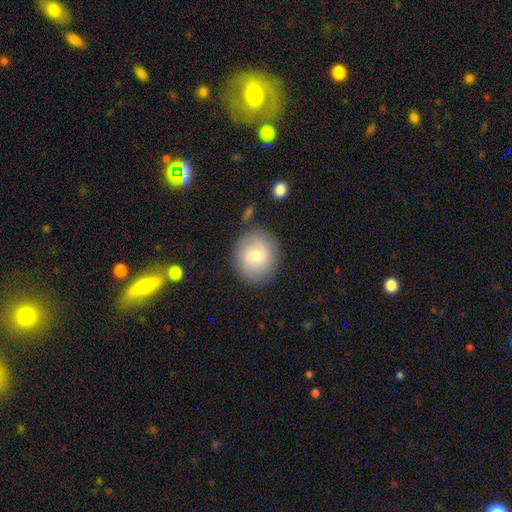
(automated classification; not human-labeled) This appears to be a smooth galaxy with no disk features (74%) that is round (83%). Merging: none (85%).